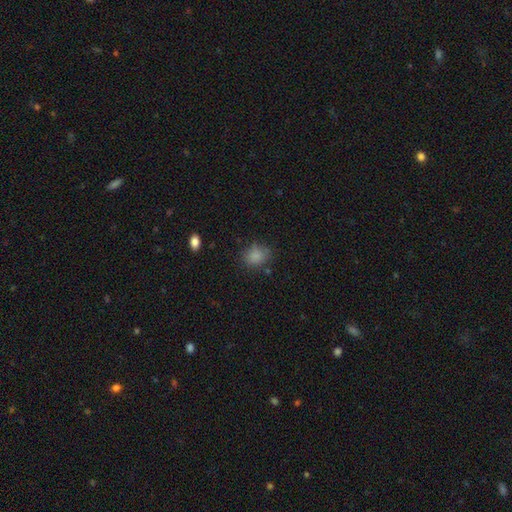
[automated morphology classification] The model was most divided on "how rounded": round: 58%, in between: 41%, cigar-shaped: 1%. More confident: smooth or featured — smooth (82%); merging — none (71%).